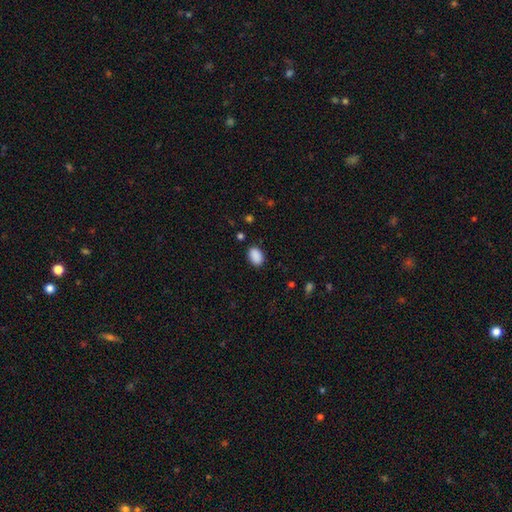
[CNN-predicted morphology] Smooth or featured: smooth — 90% (star or artifact — 8%)
How rounded: in between — 84% (round — 15%)
Merging: none — 86% (minor disturbance — 10%)